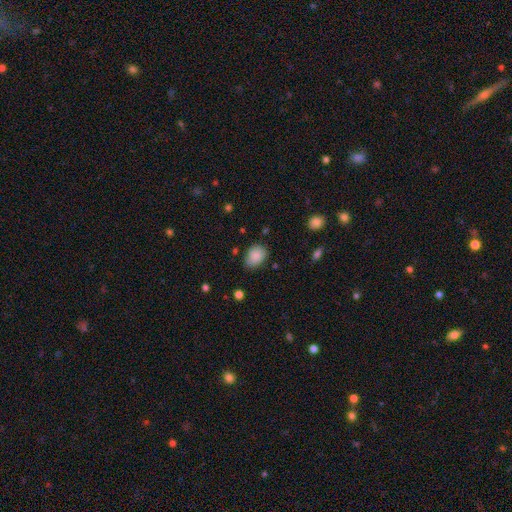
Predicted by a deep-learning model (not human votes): Smooth or featured? Predicted: smooth (p=0.87). How rounded? Predicted: in between (p=0.70). Merging? Predicted: none (p=0.73).